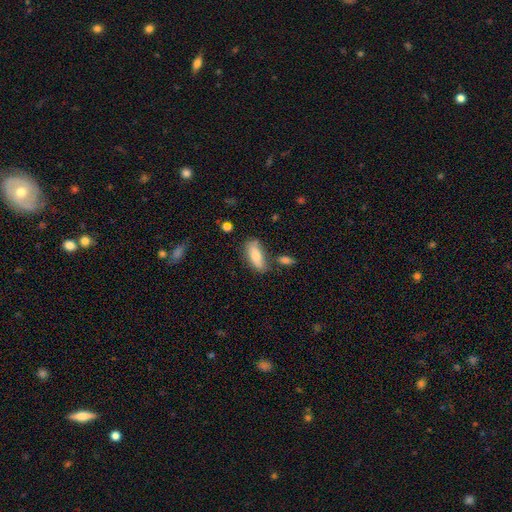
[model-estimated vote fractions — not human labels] Overall: smooth (78%). How rounded: in between (76%). Merging: none (68%).